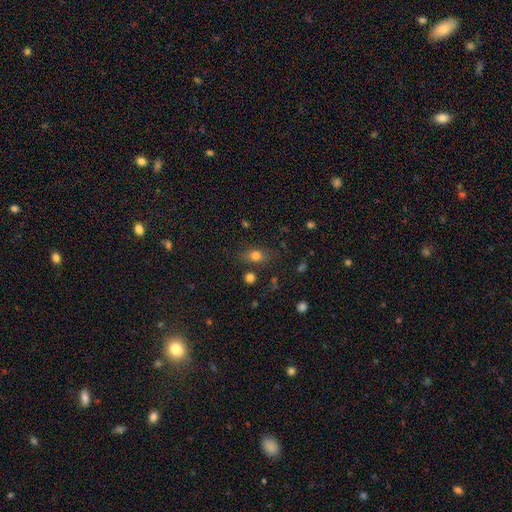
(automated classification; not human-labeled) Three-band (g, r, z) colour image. It shows a smooth galaxy with no disk features (78%) that is in between round and cigar-shaped (65%). Merging: none (75%).